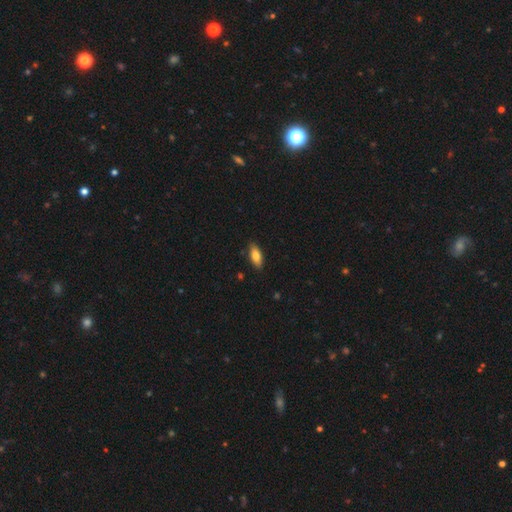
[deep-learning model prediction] Smooth or featured? Predicted: smooth (p=0.79). How rounded? Predicted: in between (p=0.81). Merging? Predicted: none (p=0.87).